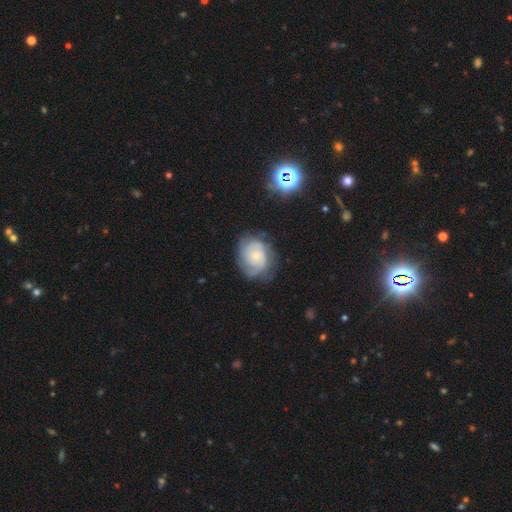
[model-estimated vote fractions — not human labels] Q: Smooth or featured?
A: featured or disk (75%); runner-up: smooth (19%)
Q: Edge-on disk?
A: no (98%); runner-up: yes (2%)
Q: Bar?
A: no (77%); runner-up: weak (21%)
Q: Spiral arms?
A: yes (93%); runner-up: no (7%)
Q: Spiral winding?
A: tight (57%); runner-up: medium (33%)
Q: Spiral arm count?
A: can't tell (32%); runner-up: 2 (27%)
Q: Bulge size?
A: small (71%); runner-up: moderate (23%)
Q: Merging?
A: none (66%); runner-up: minor disturbance (22%)